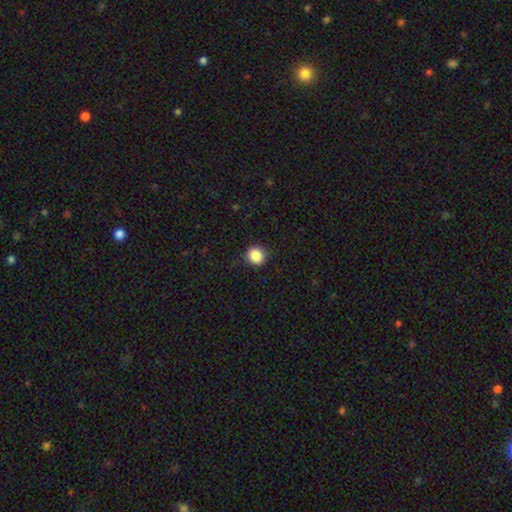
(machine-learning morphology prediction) Q: Smooth or featured?
A: smooth (86%); runner-up: star or artifact (10%)
Q: How rounded?
A: round (79%); runner-up: in between (20%)
Q: Merging?
A: none (85%); runner-up: minor disturbance (11%)